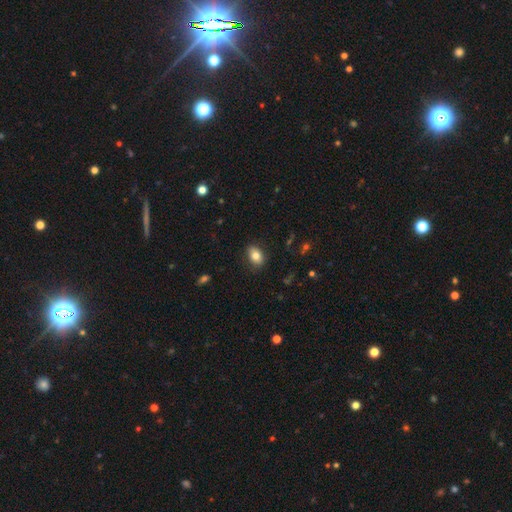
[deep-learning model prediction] Smooth or featured? smooth (80%)
How rounded? in between (81%)
Merging? none (83%)